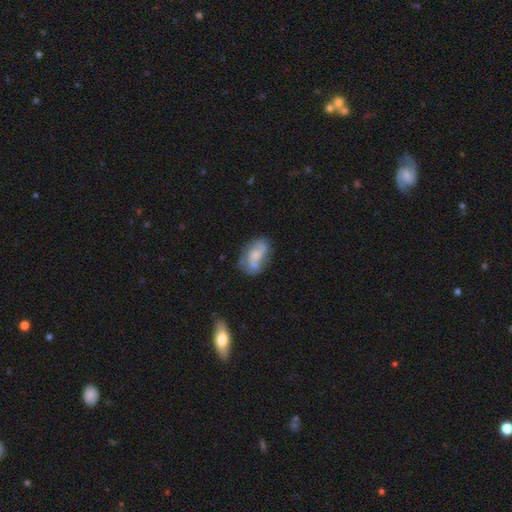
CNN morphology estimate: Smooth or featured: featured or disk — 54% (smooth — 38%)
Edge-on disk: no — 96% (yes — 4%)
Bar: no — 67% (weak — 27%)
Spiral arms: yes — 71% (no — 29%)
Bulge size: none — 31% (moderate — 30%)
Merging: none — 51% (minor disturbance — 26%)